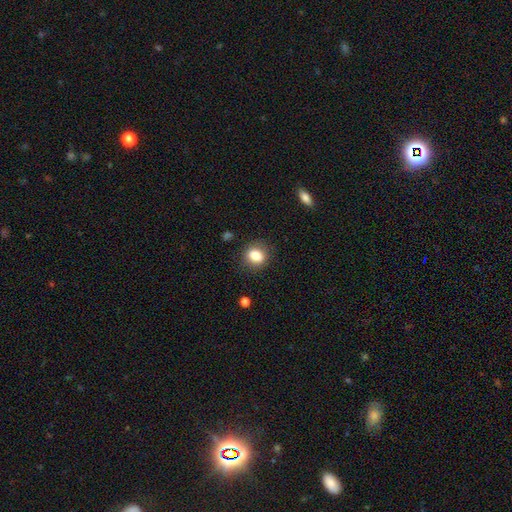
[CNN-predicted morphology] This is clearly a smooth galaxy (84%). How rounded: possibly round (59%). Merging: clearly none (83%).